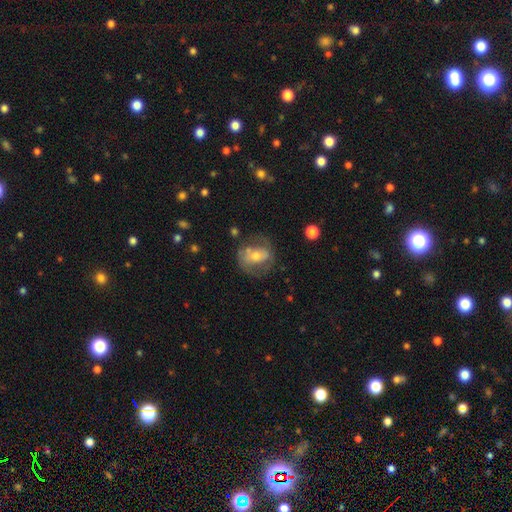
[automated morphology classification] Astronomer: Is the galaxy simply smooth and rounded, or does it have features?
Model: featured or disk — 52% (runner-up: smooth, 39%).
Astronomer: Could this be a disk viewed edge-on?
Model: no — 95%.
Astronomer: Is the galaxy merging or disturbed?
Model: none — 60%.